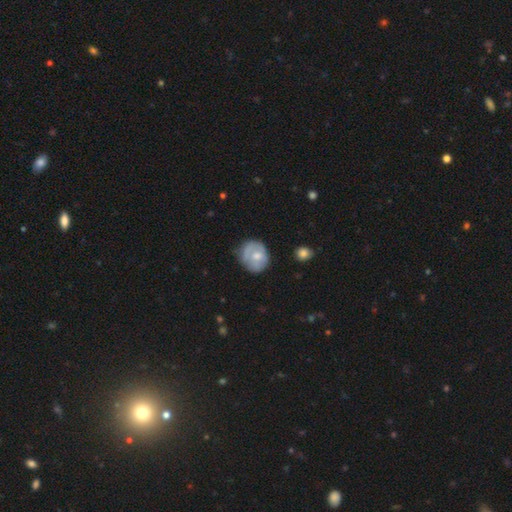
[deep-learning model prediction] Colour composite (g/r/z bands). It shows a smooth galaxy with no disk features (56%) that is round (74%). Merging: none (60%).